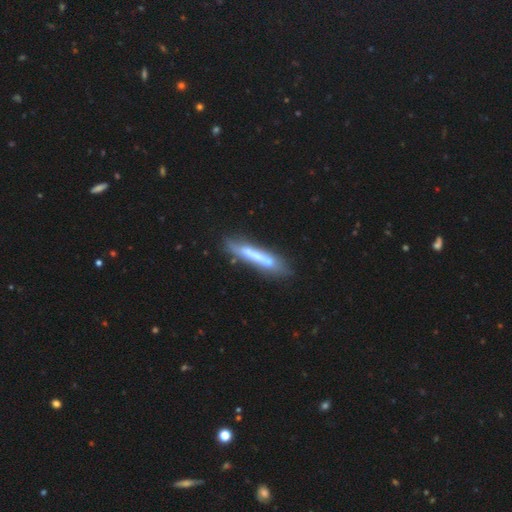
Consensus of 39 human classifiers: A featured or disk galaxy (46%) viewed edge-on (89%) with a boxy central bulge (75%). Merging: none (86%).